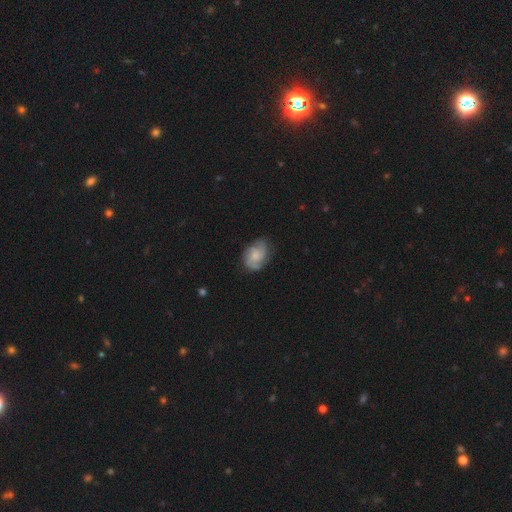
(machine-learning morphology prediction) Smooth or featured?
  - featured or disk: 71% *
  - smooth: 23%
  - star or artifact: 6%
Edge-on disk?
  - no: 98% *
  - yes: 2%
Bar?
  - no: 72% *
  - weak: 25%
  - strong: 3%
Spiral arms?
  - yes: 94% *
  - no: 6%
Spiral winding?
  - medium: 45% *
  - tight: 40%
  - loose: 15%
Spiral arm count?
  - 2: 41% *
  - 3: 29%
  - can't tell: 18%
  - 4: 5%
  - 1: 4%
  - more than 4: 4%
Bulge size?
  - small: 50% *
  - moderate: 31%
  - none: 14%
  - large: 4%
  - dominant: 1%
Merging?
  - none: 72% *
  - minor disturbance: 20%
  - major disturbance: 6%
  - merger: 1%